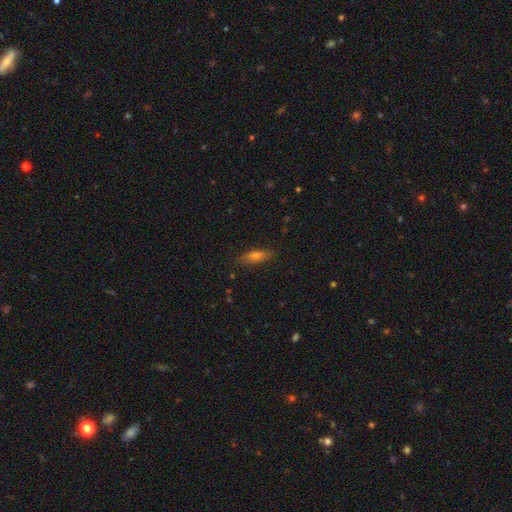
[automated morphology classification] type=smooth (62%); roundness=cigar-shaped (53%); merging=none (85%).